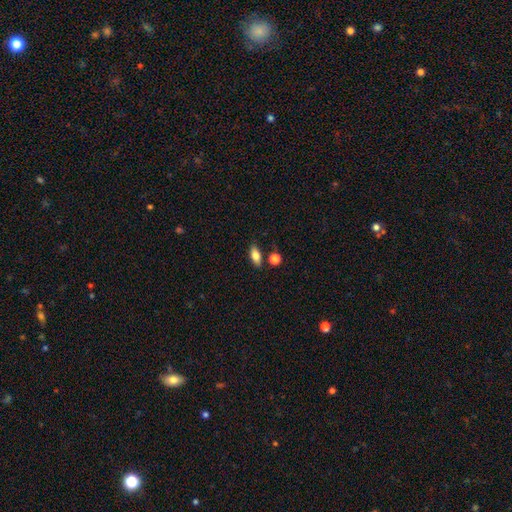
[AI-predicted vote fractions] The model was most divided on "smooth or featured": smooth: 75%, featured or disk: 17%, star or artifact: 8%. More confident: how rounded — in between (82%); merging — none (80%).